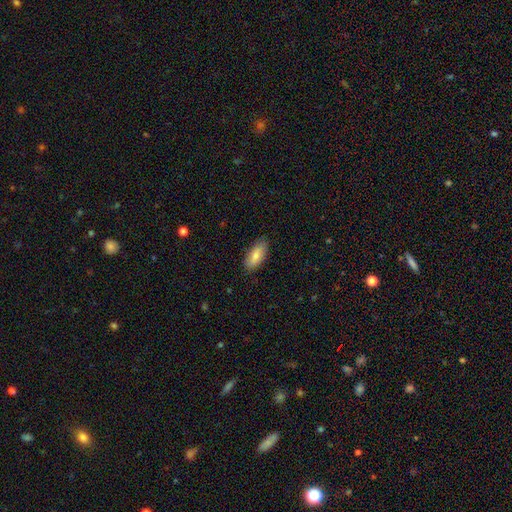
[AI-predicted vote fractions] This is likely a smooth galaxy (79%). How rounded: clearly in between (84%). Merging: clearly none (83%).